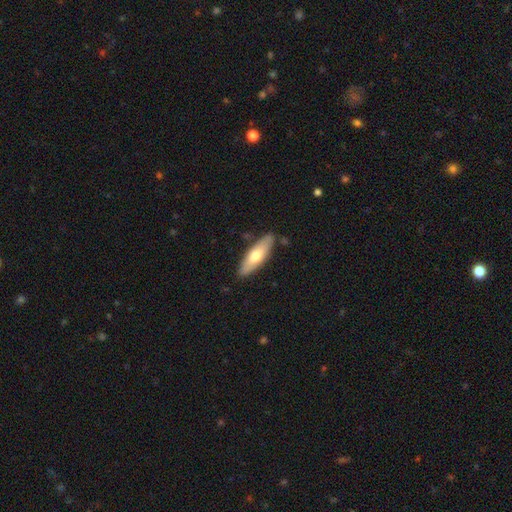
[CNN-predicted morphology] A smooth galaxy with no disk features (64%) that is cigar-shaped (49%, tied with in between). Merging: none (84%).